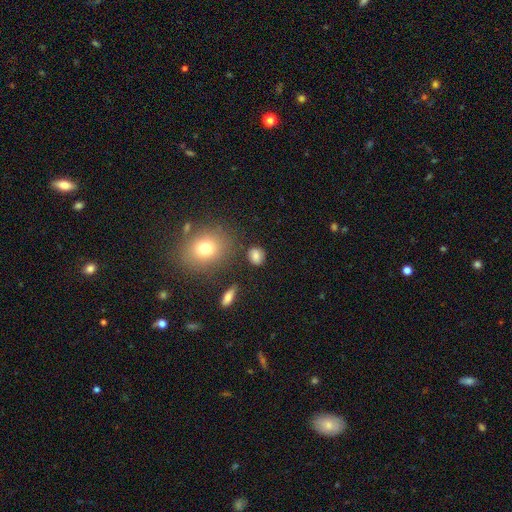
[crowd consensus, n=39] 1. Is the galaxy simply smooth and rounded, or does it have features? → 79% smooth, 10% featured or disk, 10% star or artifact.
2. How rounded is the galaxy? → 68% round, 32% in between, 0% cigar-shaped.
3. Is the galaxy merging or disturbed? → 77% none, 14% minor disturbance, 9% major disturbance, 0% merger.